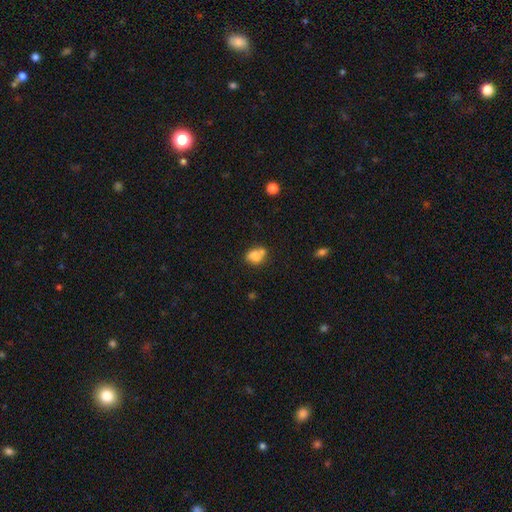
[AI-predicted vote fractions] Q: Smooth or featured?
A: smooth (71%); runner-up: featured or disk (19%)
Q: How rounded?
A: in between (64%); runner-up: round (34%)
Q: Merging?
A: none (38%); runner-up: merger (37%)